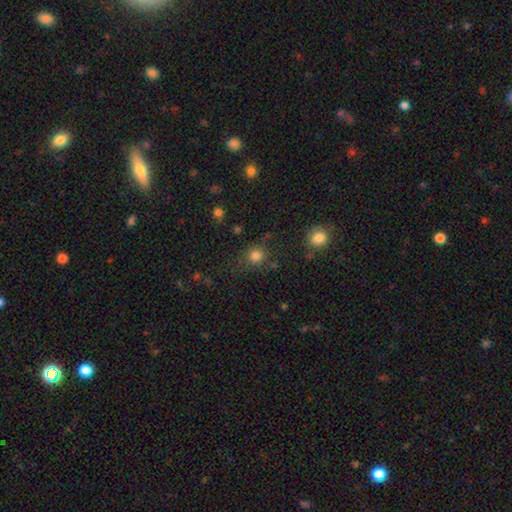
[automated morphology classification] Q: Smooth or featured?
A: smooth (79%); runner-up: star or artifact (15%)
Q: How rounded?
A: round (88%); runner-up: in between (11%)
Q: Merging?
A: none (76%); runner-up: minor disturbance (13%)